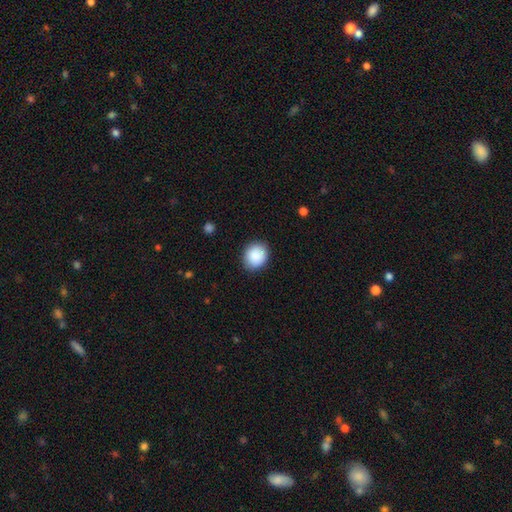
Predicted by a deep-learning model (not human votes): Smooth or featured: smooth — 89% (star or artifact — 7%)
How rounded: round — 65% (in between — 34%)
Merging: none — 86% (minor disturbance — 10%)